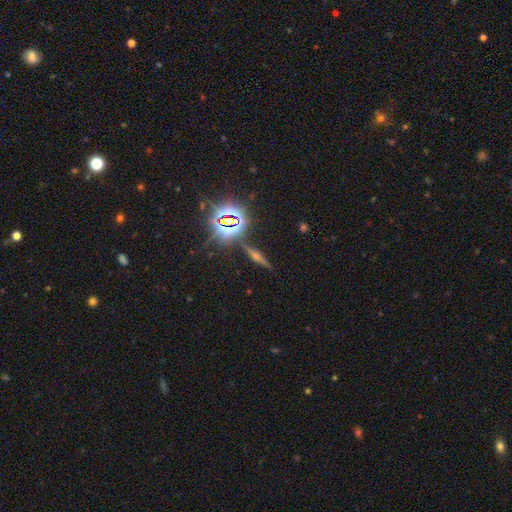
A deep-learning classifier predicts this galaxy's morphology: smooth-or-featured: featured or disk: 49% | star or artifact: 35% | smooth: 16%
  merging: none: 85% | minor disturbance: 8% | merger: 4% | major disturbance: 3%